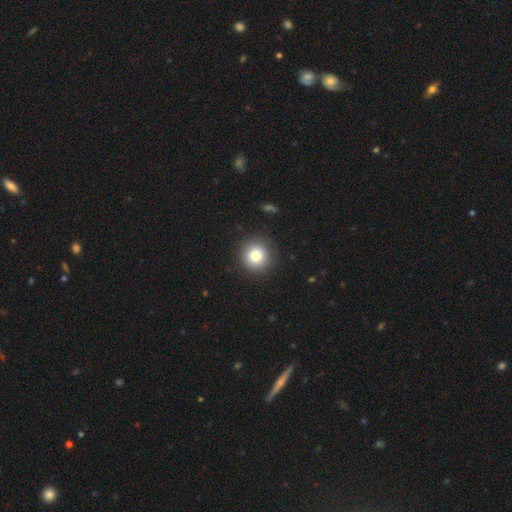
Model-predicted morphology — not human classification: A smooth galaxy with no disk features (78%) that is round (95%).

Vote fractions:
- Smooth or featured? smooth: 78% / star or artifact: 11% / featured or disk: 11%
- How rounded? round: 95% / in between: 4% / cigar-shaped: 1%
- Merging? none: 91% / minor disturbance: 6% / major disturbance: 2% / merger: 1%